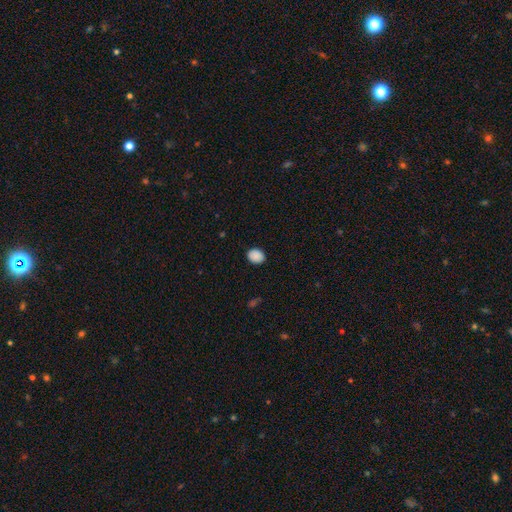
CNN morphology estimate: Overall: smooth (89%). How rounded: in between (51%; round 49%). Merging: none (88%).